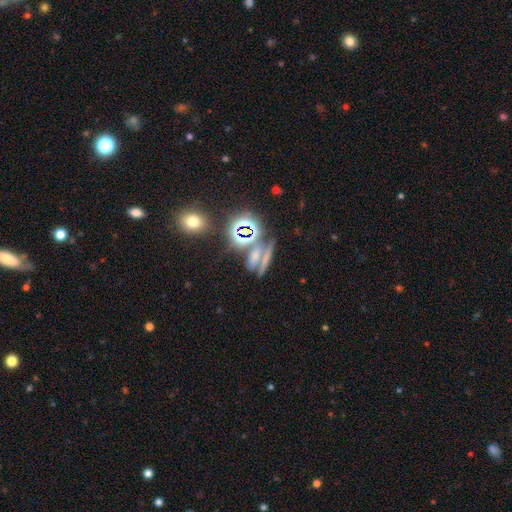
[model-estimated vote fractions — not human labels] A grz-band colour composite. It shows a star or artifact, not a galaxy (52%).